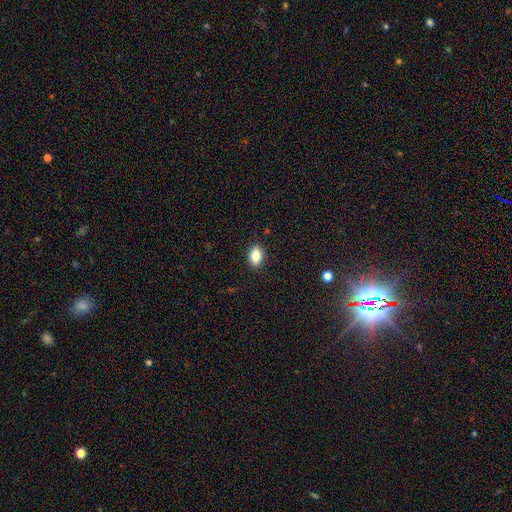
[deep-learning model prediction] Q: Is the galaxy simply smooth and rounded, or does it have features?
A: smooth — 83%.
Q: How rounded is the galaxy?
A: in between — 83%.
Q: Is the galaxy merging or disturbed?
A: none — 89%.